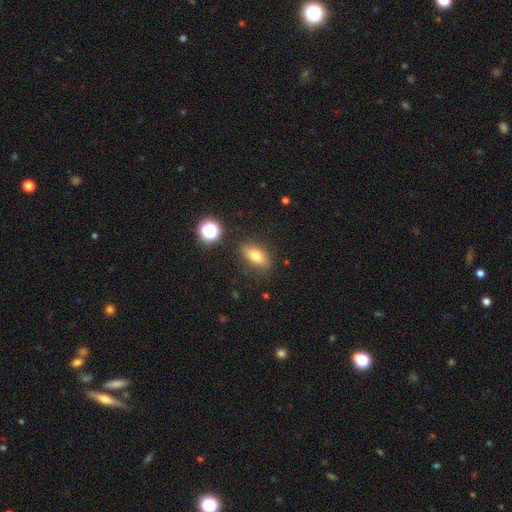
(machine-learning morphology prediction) Smooth or featured? Predicted: smooth (p=0.73). How rounded? Predicted: in between (p=0.76). Merging? Predicted: none (p=0.84).